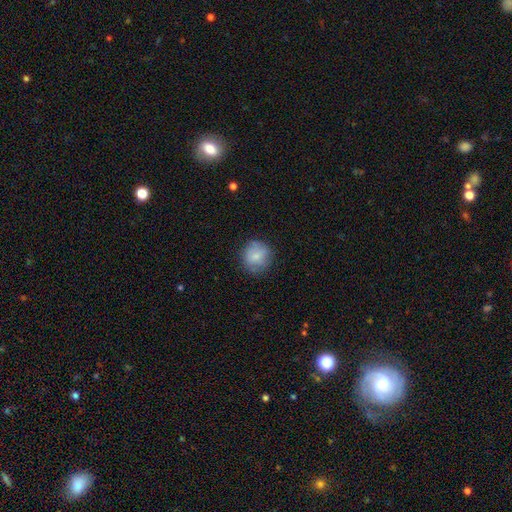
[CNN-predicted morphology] Smooth or featured: smooth — 80% (featured or disk — 12%)
How rounded: round — 90% (in between — 9%)
Merging: none — 80% (minor disturbance — 14%)